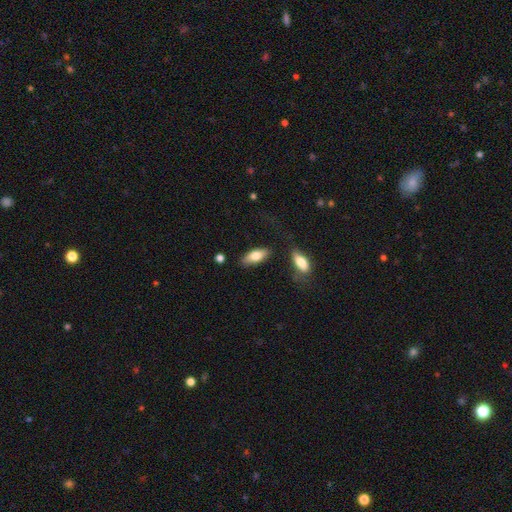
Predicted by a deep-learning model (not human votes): Smooth or featured? Predicted: smooth (p=0.76). How rounded? Predicted: in between (p=0.78). Merging? Predicted: none (p=0.77).